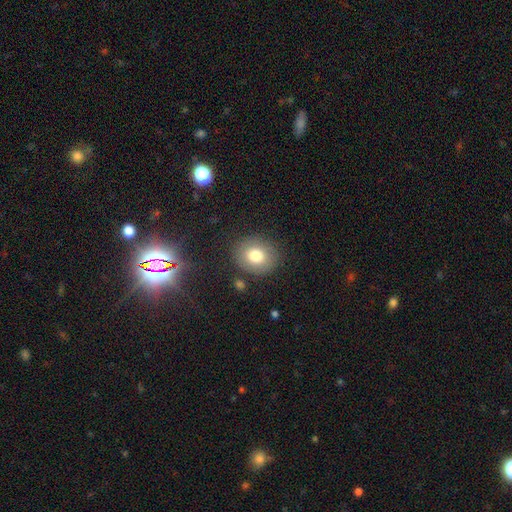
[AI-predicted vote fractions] Smooth or featured? smooth (77%)
How rounded? round (70%)
Merging? none (84%)